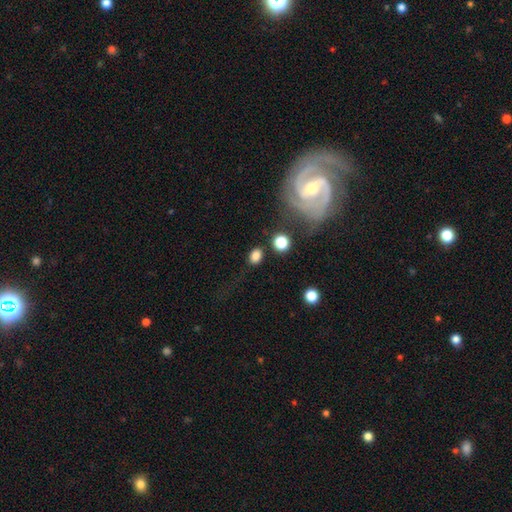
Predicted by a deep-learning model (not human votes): smooth-or-featured: smooth: 83% | star or artifact: 11% | featured or disk: 6%
  how-rounded: in between: 62% | round: 36% | cigar-shaped: 2%
  merging: none: 78% | minor disturbance: 12% | major disturbance: 5% | merger: 5%